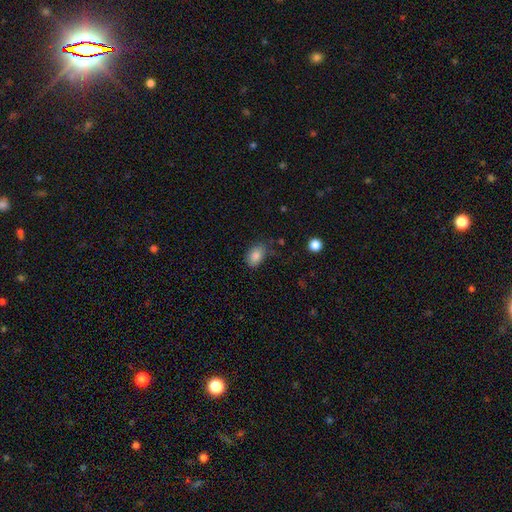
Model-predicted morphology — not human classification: Q: Smooth or featured?
A: smooth (85%); runner-up: star or artifact (9%)
Q: How rounded?
A: in between (85%); runner-up: round (14%)
Q: Merging?
A: none (69%); runner-up: minor disturbance (23%)